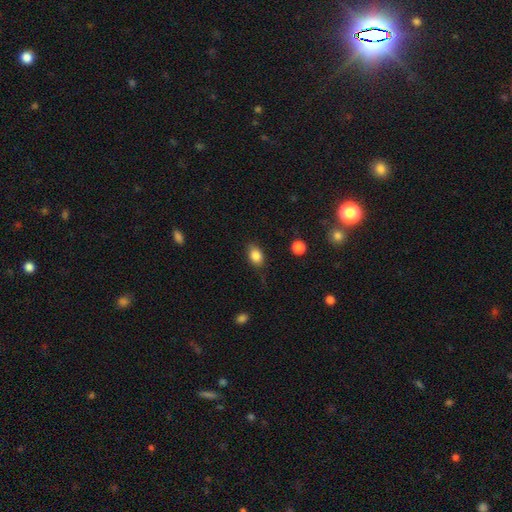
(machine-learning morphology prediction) Smooth or featured? smooth (85%)
How rounded? in between (77%)
Merging? none (78%)